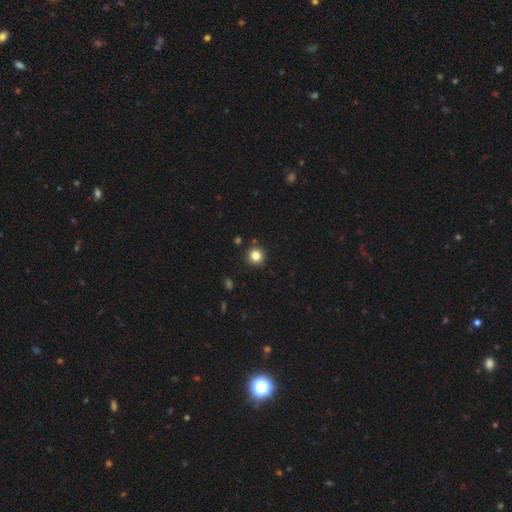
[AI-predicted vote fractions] This appears to be a smooth galaxy with no disk features (83%) that is round (94%). Merging: none (90%).